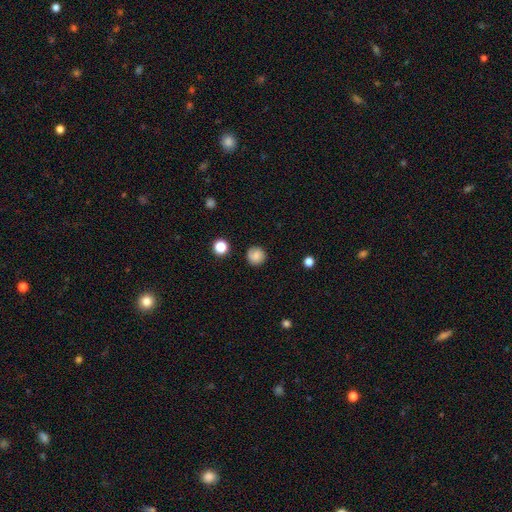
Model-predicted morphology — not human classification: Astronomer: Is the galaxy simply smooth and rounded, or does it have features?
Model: smooth — 80%.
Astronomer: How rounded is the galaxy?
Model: round — 92%.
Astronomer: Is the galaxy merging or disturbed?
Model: none — 83%.